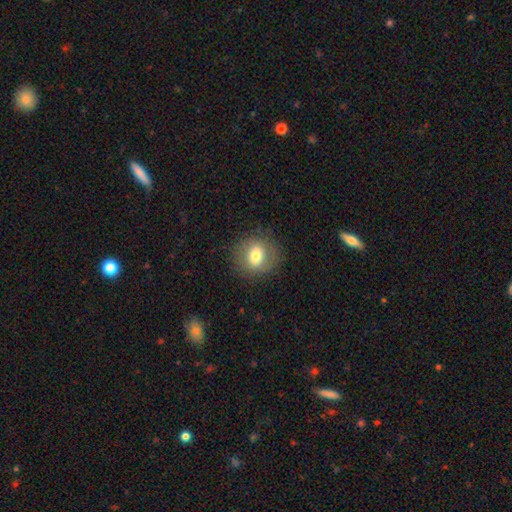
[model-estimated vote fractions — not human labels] A smooth galaxy with no disk features (68%) that is round (75%). Merging: none (83%).